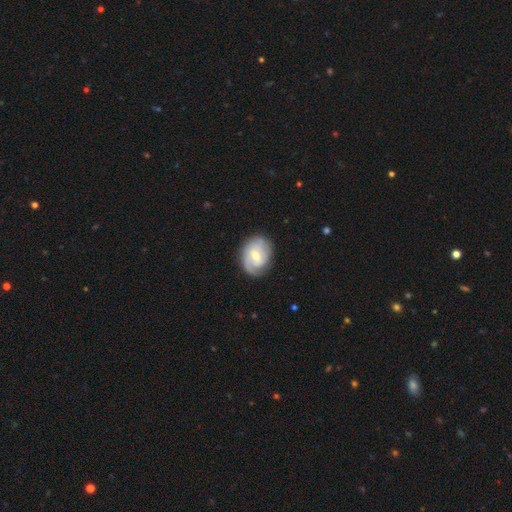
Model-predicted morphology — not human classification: Smooth or featured? featured or disk (66%)
Edge-on disk? no (96%)
Bar? weak (48%)
Spiral arms? yes (84%)
Spiral winding? tight (48%)
Spiral arm count? 2 (47%)
Bulge size? moderate (56%)
Merging? none (77%)